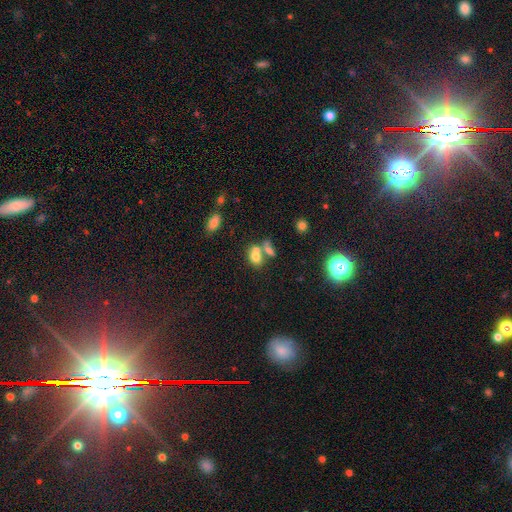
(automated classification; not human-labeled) This appears to be a smooth galaxy with no disk features (69%) that is in between round and cigar-shaped (66%). Merging: merger (53%).